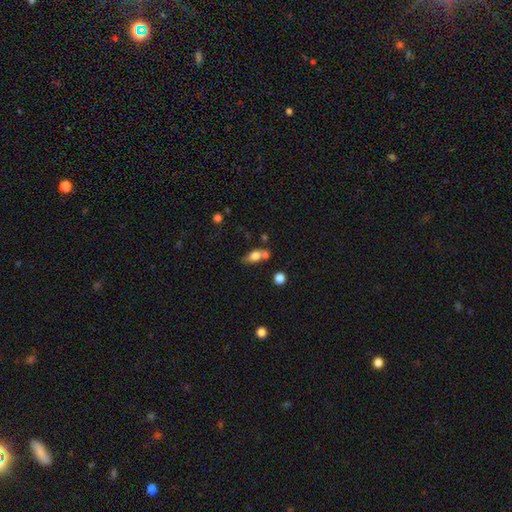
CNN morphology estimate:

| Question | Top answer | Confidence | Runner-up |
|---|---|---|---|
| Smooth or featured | smooth | 70% | featured or disk (19%) |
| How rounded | in between | 69% | round (21%) |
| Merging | none | 44% | merger (33%) |